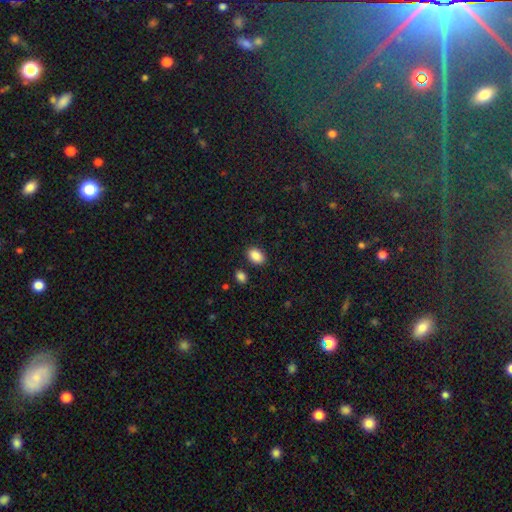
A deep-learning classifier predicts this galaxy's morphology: Q: Smooth or featured?
A: smooth (89%); runner-up: star or artifact (8%)
Q: How rounded?
A: in between (84%); runner-up: round (15%)
Q: Merging?
A: none (84%); runner-up: minor disturbance (9%)